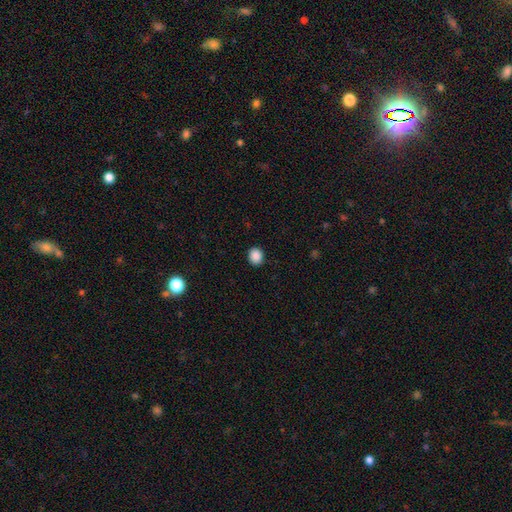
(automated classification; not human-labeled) smooth-or-featured: smooth: 89% | star or artifact: 9% | featured or disk: 2%
  how-rounded: round: 70% | in between: 29% | cigar-shaped: 1%
  merging: none: 91% | minor disturbance: 6% | major disturbance: 2% | merger: 1%